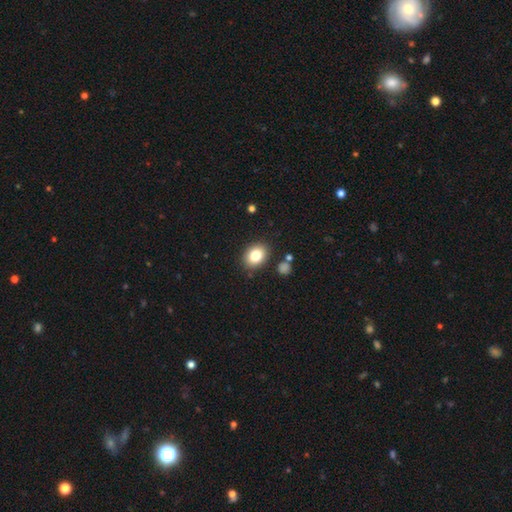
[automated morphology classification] Q: Smooth or featured?
A: smooth (82%); runner-up: star or artifact (9%)
Q: How rounded?
A: in between (67%); runner-up: round (32%)
Q: Merging?
A: none (85%); runner-up: minor disturbance (9%)